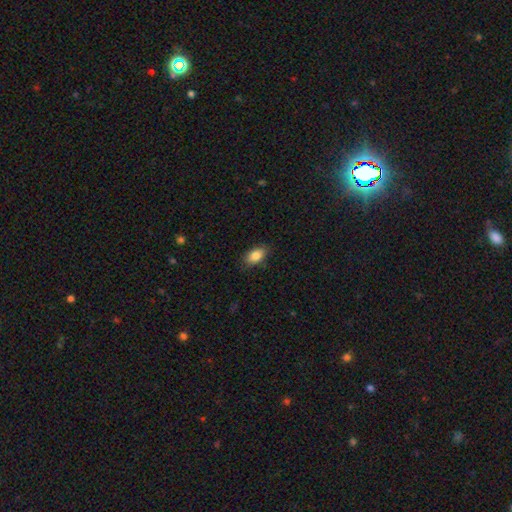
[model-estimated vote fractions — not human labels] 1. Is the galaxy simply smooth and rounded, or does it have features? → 86% smooth, 8% star or artifact, 7% featured or disk.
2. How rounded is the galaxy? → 90% in between, 7% round, 3% cigar-shaped.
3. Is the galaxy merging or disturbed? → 84% none, 13% minor disturbance, 3% major disturbance, 1% merger.